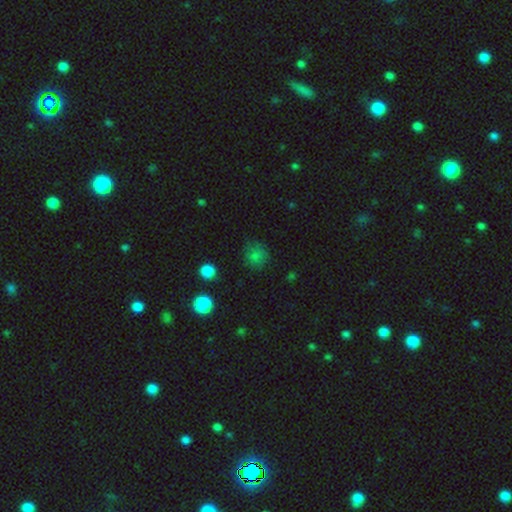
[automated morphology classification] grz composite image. It shows a smooth galaxy with no disk features (78%) that is round (85%). Merging: none (71%).